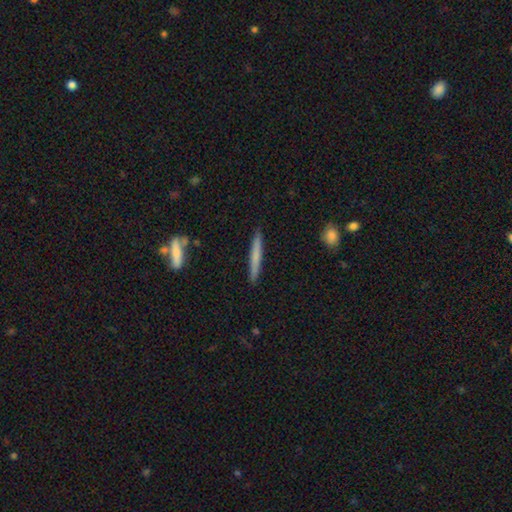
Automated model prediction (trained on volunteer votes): A smooth galaxy with no disk features (64%) that is cigar-shaped (96%).

Vote fractions:
- Smooth or featured? smooth: 64% / featured or disk: 30% / star or artifact: 6%
- How rounded? cigar-shaped: 96% / in between: 3% / round: 1%
- Merging? none: 90% / minor disturbance: 7% / merger: 2% / major disturbance: 1%